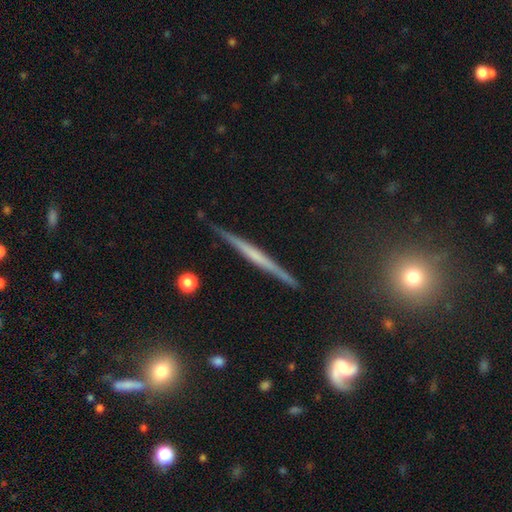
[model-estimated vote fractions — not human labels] A featured or disk galaxy (64%) viewed edge-on (97%) with no central bulge (69%).

Vote fractions:
- Smooth or featured? featured or disk: 64% / smooth: 28% / star or artifact: 8%
- Edge-on disk? yes: 97% / no: 3%
- Edge-on bulge? none: 69% / rounded: 19% / boxy: 12%
- Merging? none: 87% / minor disturbance: 10% / major disturbance: 2% / merger: 1%